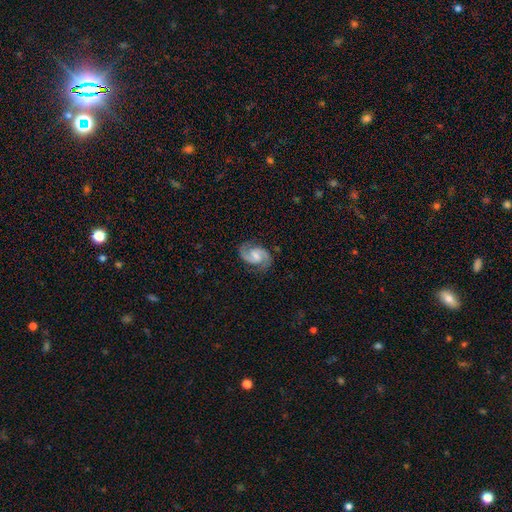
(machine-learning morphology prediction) Smooth or featured? featured or disk (87%)
Edge-on disk? no (98%)
Bar? weak (55%)
Spiral arms? yes (98%)
Spiral winding? medium (58%)
Spiral arm count? 2 (93%)
Bulge size? moderate (36%)
Merging? none (81%)